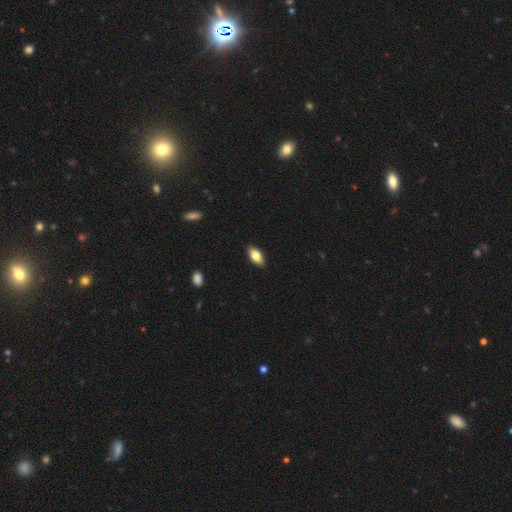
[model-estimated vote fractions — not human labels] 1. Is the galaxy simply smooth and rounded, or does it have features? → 80% smooth, 13% featured or disk, 7% star or artifact.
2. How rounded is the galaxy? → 89% in between, 7% cigar-shaped, 3% round.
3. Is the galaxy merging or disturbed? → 89% none, 9% minor disturbance, 2% major disturbance, 1% merger.